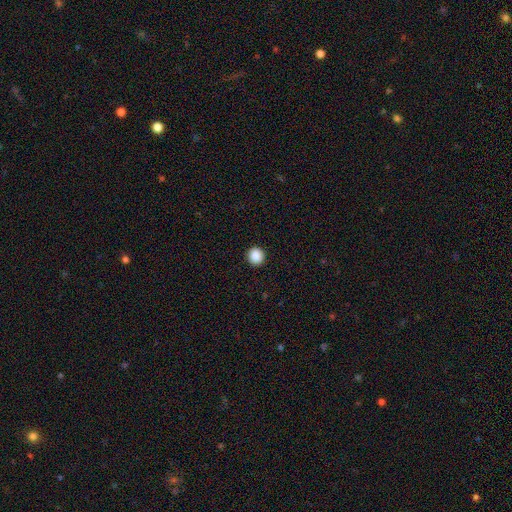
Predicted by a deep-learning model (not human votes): Smooth or featured? smooth (89%)
How rounded? round (92%)
Merging? none (93%)